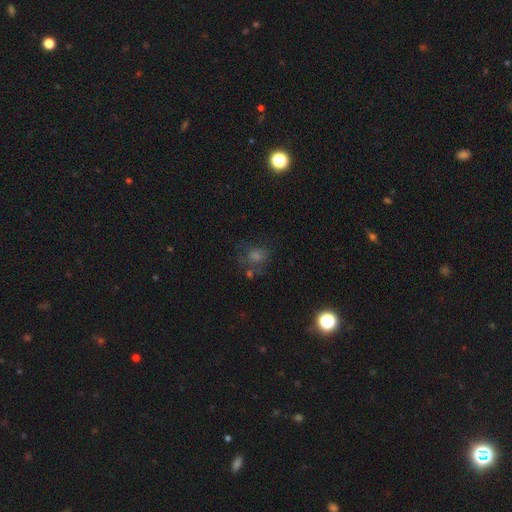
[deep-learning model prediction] The model was most divided on "smooth or featured": smooth: 44%, star or artifact: 35%, featured or disk: 21%. More confident: merging — none (63%).